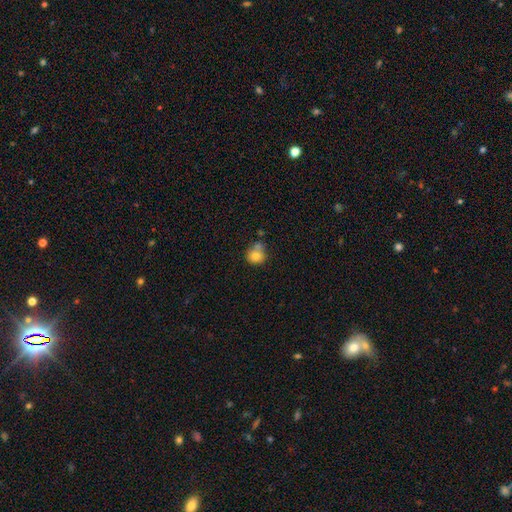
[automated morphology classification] smooth 77%, featured or disk 14%, star or artifact 10%. Down the decision tree: how rounded — round (78%); merging — none (45%).